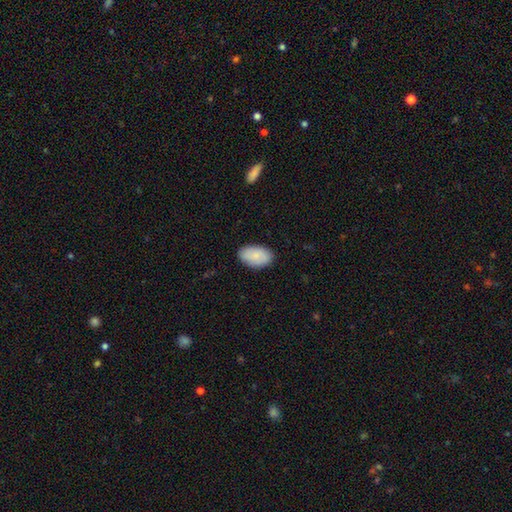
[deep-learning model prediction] Smooth or featured? smooth (86%)
How rounded? in between (94%)
Merging? none (87%)